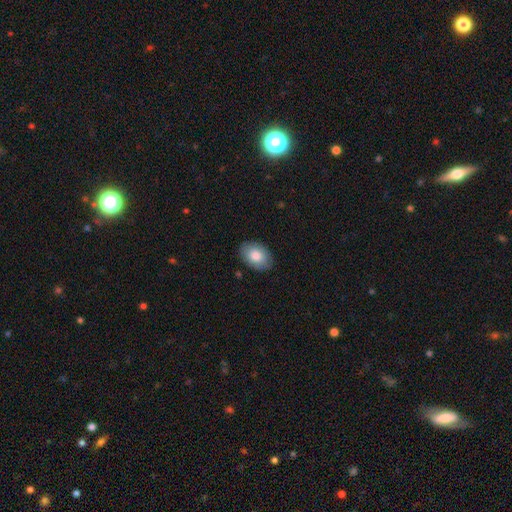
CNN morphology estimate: smooth-or-featured: smooth: 82% | featured or disk: 11% | star or artifact: 6%
  how-rounded: in between: 87% | round: 12% | cigar-shaped: 1%
  merging: none: 87% | minor disturbance: 10% | major disturbance: 2% | merger: 1%